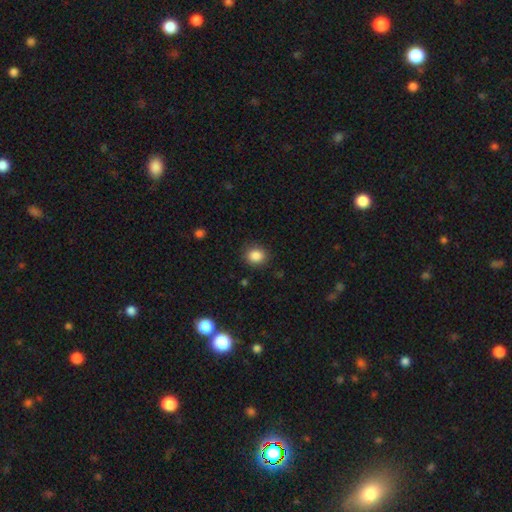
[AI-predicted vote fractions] Overall: smooth (86%). How rounded: round (71%). Merging: none (87%).